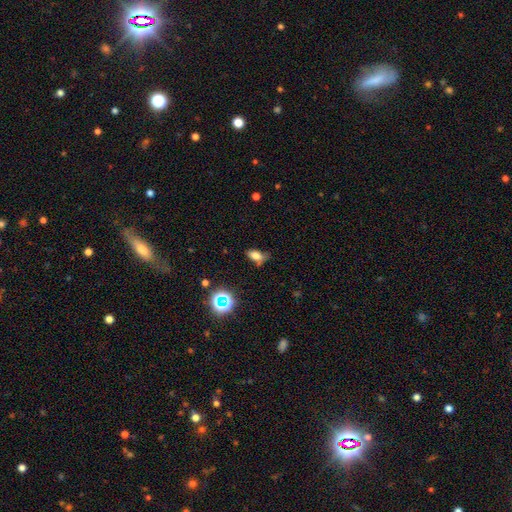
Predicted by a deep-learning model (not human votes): This is likely a smooth galaxy (73%). How rounded: clearly in between (85%). Merging: possibly none (57%).